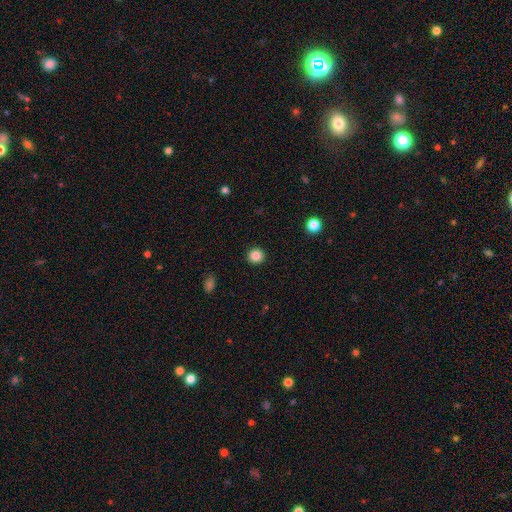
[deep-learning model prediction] This is clearly a smooth galaxy (86%). How rounded: clearly round (94%). Merging: clearly none (93%).